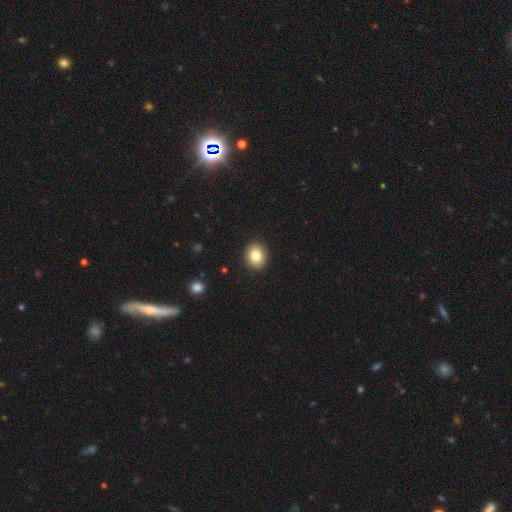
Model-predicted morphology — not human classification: This is clearly a smooth galaxy (83%). How rounded: possibly round (60%). Merging: clearly none (91%).